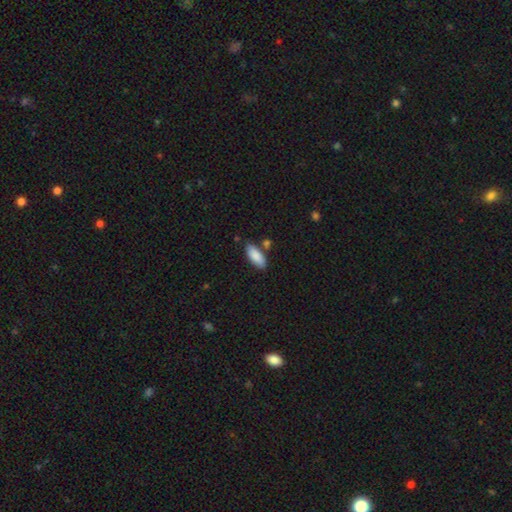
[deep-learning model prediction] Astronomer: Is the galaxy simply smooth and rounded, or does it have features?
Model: smooth — 87%.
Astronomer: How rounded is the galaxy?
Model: in between — 80%.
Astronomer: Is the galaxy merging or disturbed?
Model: none — 76%.